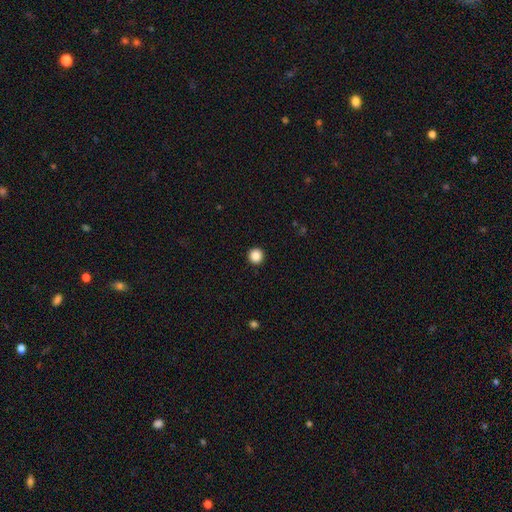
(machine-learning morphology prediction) Smooth or featured? Predicted: smooth (p=0.88). How rounded? Predicted: round (p=0.96). Merging? Predicted: none (p=0.94).